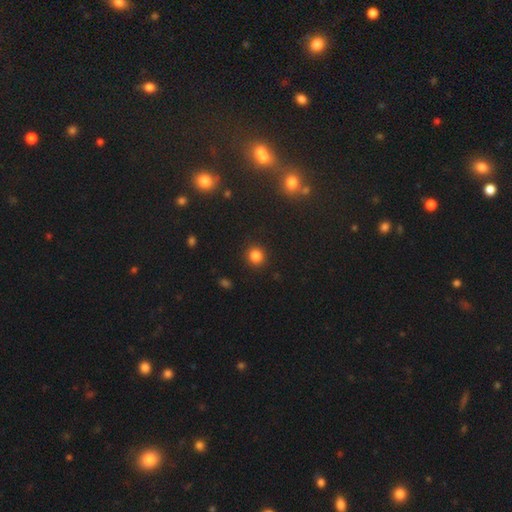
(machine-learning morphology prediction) This appears to be a smooth galaxy with no disk features (83%) that is round (92%). Merging: none (91%).